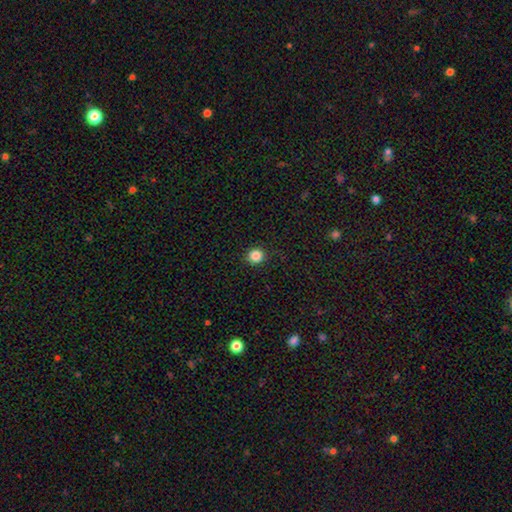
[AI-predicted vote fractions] Smooth or featured? Predicted: smooth (p=0.86). How rounded? Predicted: round (p=0.91). Merging? Predicted: none (p=0.91).